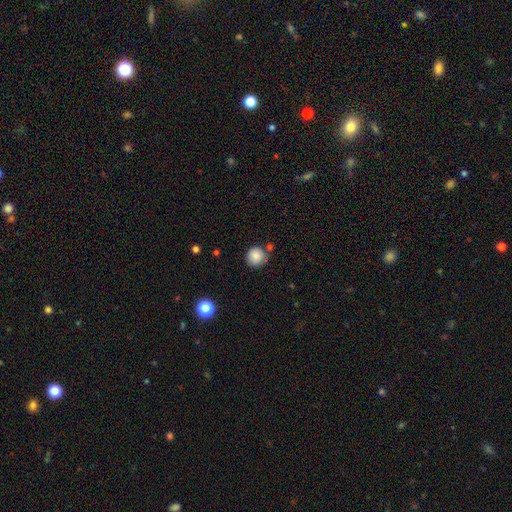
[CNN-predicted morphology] Overall: smooth (85%). How rounded: round (93%). Merging: none (76%).